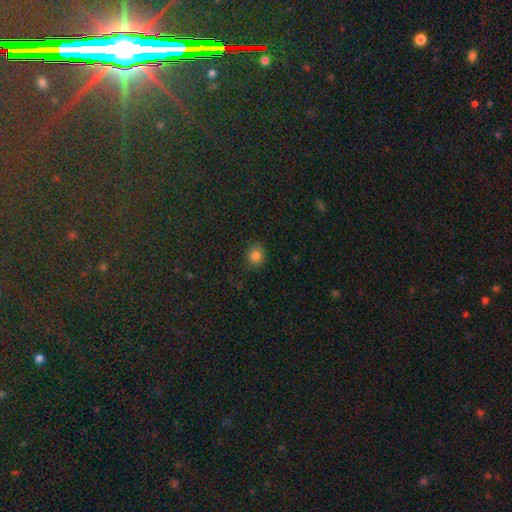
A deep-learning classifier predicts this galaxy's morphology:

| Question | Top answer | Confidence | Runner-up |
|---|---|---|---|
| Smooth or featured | smooth | 80% | star or artifact (14%) |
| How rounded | round | 76% | in between (23%) |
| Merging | none | 85% | minor disturbance (11%) |